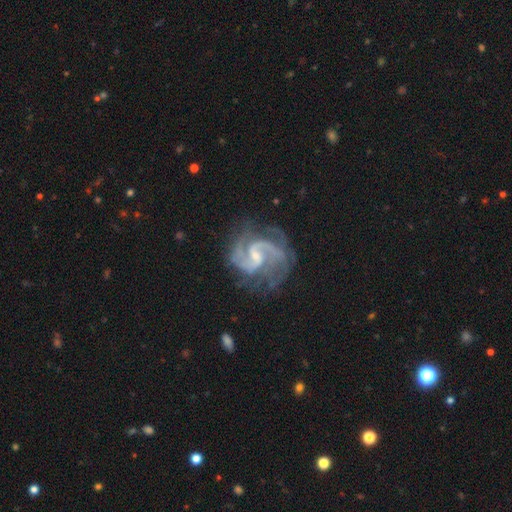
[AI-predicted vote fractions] Morphology: type=featured or disk (92%); edge-on=no (98%); bar=weak (60%); spiral arms=yes (98%); winding=medium (60%); arm count=2 (80%); bulge=small (60%); merging=none (68%).